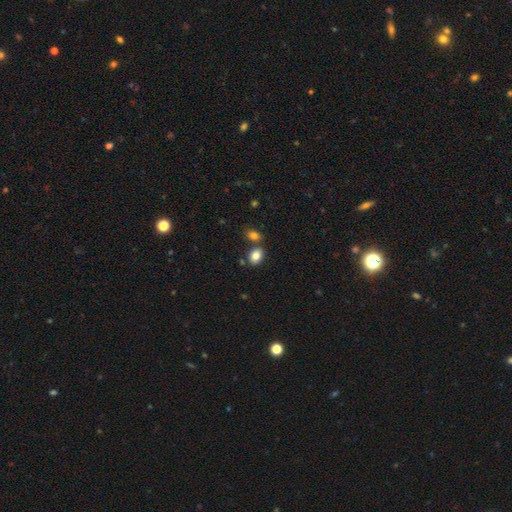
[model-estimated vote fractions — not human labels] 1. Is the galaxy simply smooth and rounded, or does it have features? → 84% smooth, 9% star or artifact, 7% featured or disk.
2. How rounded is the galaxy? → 73% in between, 25% round, 1% cigar-shaped.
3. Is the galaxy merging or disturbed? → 67% none, 19% merger, 11% minor disturbance, 3% major disturbance.